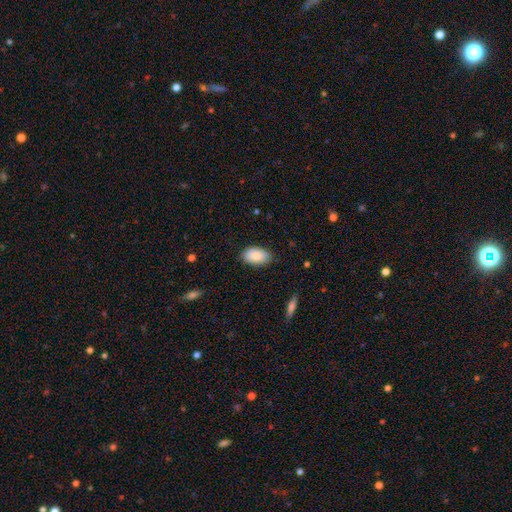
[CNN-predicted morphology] A smooth galaxy with no disk features (83%) that is in between round and cigar-shaped (93%). Merging: none (80%).